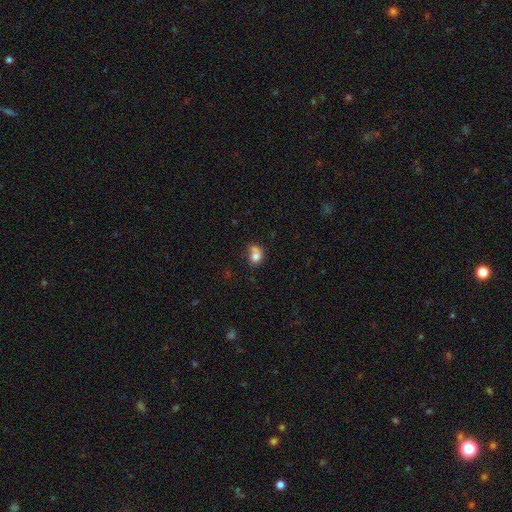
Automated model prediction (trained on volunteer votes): smooth 75%, featured or disk 15%, star or artifact 10%. Down the decision tree: how rounded — round (54%); merging — none (35%).